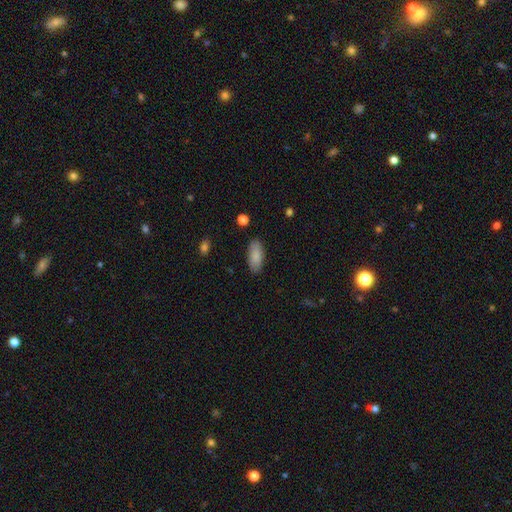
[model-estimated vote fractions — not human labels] Morphology: type=smooth (86%); roundness=in between (87%); merging=none (86%).